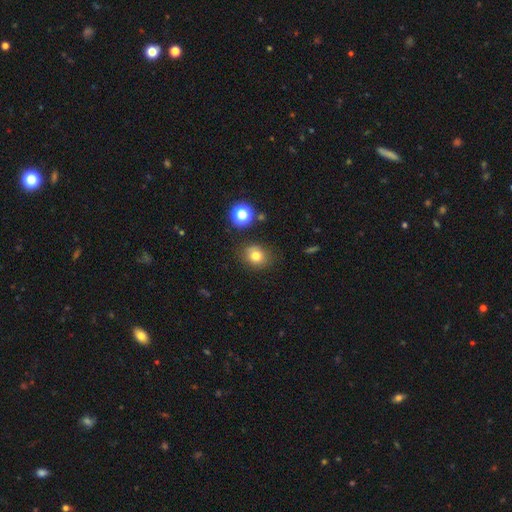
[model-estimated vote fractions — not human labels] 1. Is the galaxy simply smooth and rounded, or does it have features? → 77% smooth, 14% star or artifact, 9% featured or disk.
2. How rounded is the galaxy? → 67% round, 32% in between, 1% cigar-shaped.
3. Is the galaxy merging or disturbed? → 79% none, 14% minor disturbance, 4% major disturbance, 3% merger.